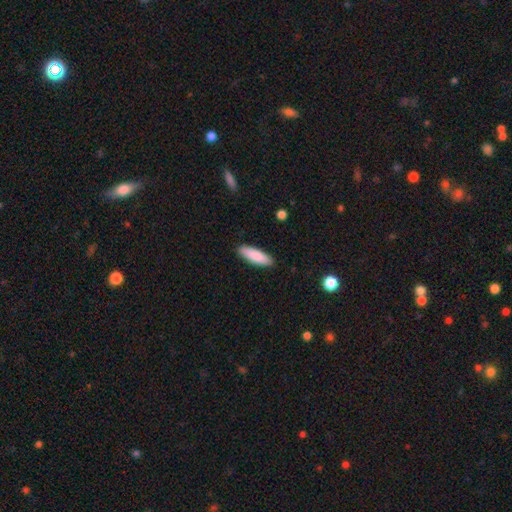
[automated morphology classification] Overall: smooth (86%). How rounded: cigar-shaped (52%; in between 46%). Merging: none (90%).